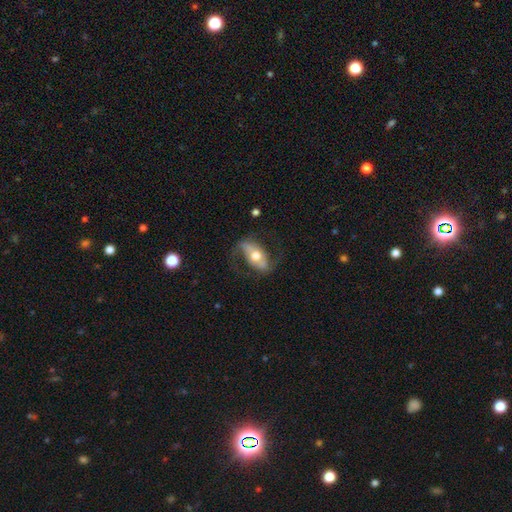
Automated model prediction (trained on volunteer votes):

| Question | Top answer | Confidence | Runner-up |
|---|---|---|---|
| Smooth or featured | featured or disk | 78% | smooth (17%) |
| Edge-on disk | no | 93% | yes (7%) |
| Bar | no | 35% | strong (34%) |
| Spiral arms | yes | 90% | no (10%) |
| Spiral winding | loose | 58% | medium (33%) |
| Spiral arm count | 2 | 90% | 1 (4%) |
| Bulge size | moderate | 72% | large (14%) |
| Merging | none | 69% | minor disturbance (16%) |